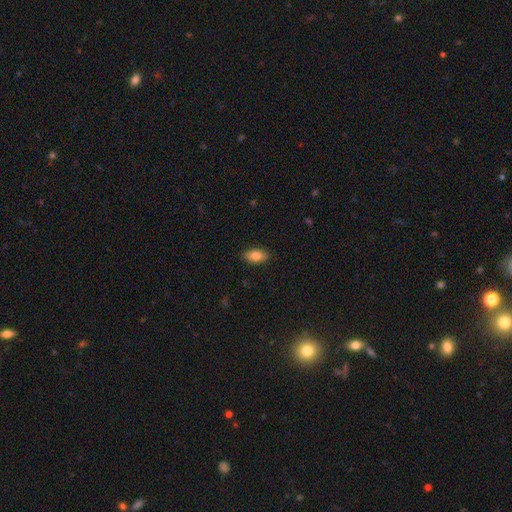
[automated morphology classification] smooth 82%, featured or disk 11%, star or artifact 7%. Down the decision tree: how rounded — in between (88%); merging — none (88%).